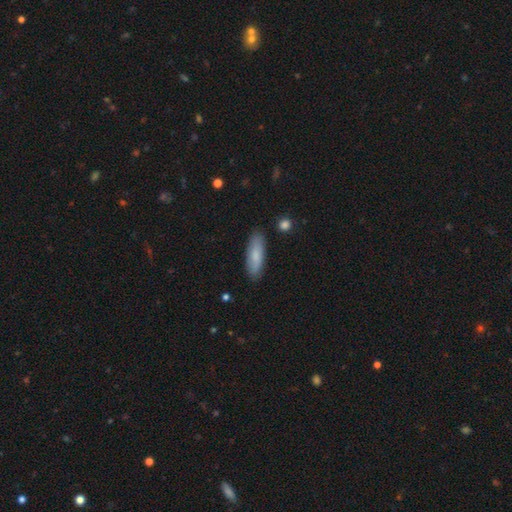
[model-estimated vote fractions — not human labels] smooth-or-featured: smooth: 80% | featured or disk: 14% | star or artifact: 6%
  how-rounded: in between: 56% | cigar-shaped: 42% | round: 2%
  merging: none: 86% | minor disturbance: 11% | major disturbance: 2% | merger: 2%